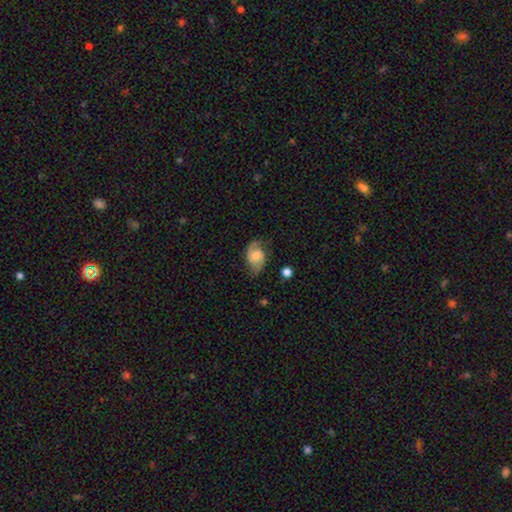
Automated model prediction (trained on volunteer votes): The model was most divided on "spiral winding": medium: 45%, loose: 37%, tight: 18%. Remaining: edge-on disk — no (96%); spiral arms — yes (90%); spiral arm count — 2 (84%); merging — none (65%); smooth or featured — featured or disk (59%); bar — no (57%); bulge size — moderate (42%).